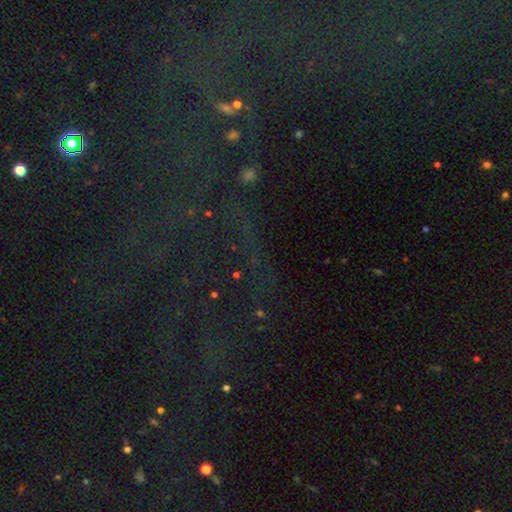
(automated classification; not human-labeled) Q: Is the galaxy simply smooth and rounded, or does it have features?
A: star or artifact — 77%.